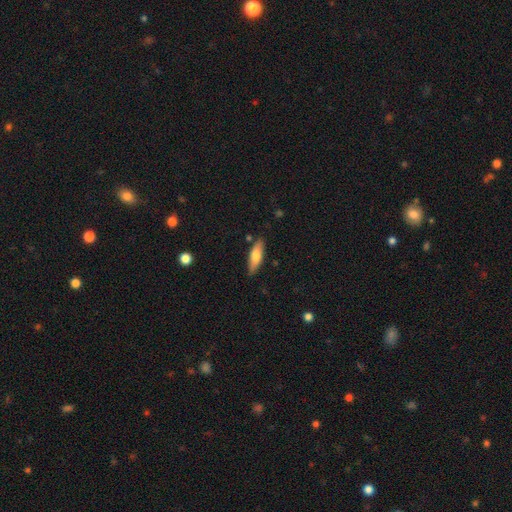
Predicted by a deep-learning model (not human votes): smooth 70%, featured or disk 24%, star or artifact 6%. Down the decision tree: how rounded — in between (50%); merging — none (85%).